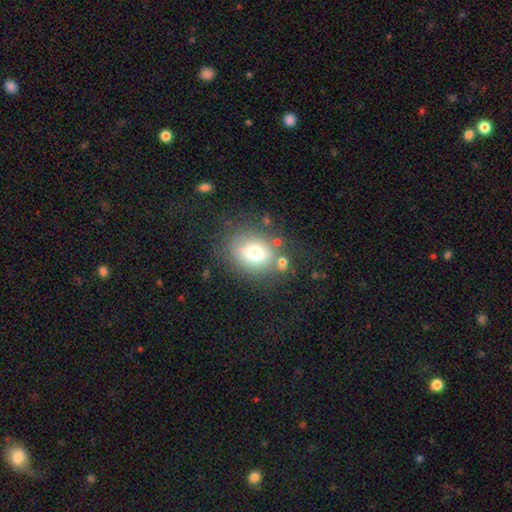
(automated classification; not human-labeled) smooth 74%, featured or disk 15%, star or artifact 11%. Down the decision tree: how rounded — in between (53%); merging — none (69%).